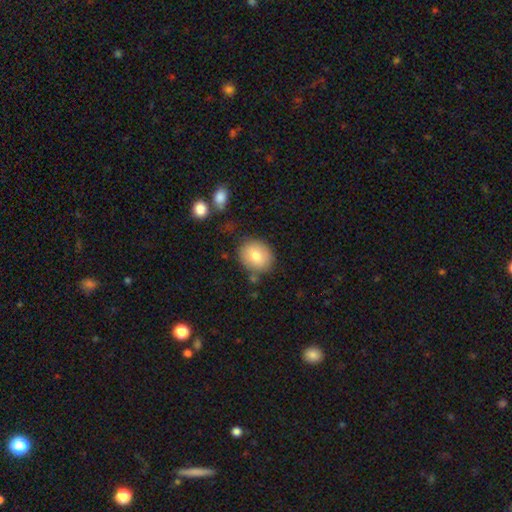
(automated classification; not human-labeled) Q: Smooth or featured?
A: smooth (78%); runner-up: featured or disk (15%)
Q: How rounded?
A: round (59%); runner-up: in between (40%)
Q: Merging?
A: none (74%); runner-up: minor disturbance (16%)